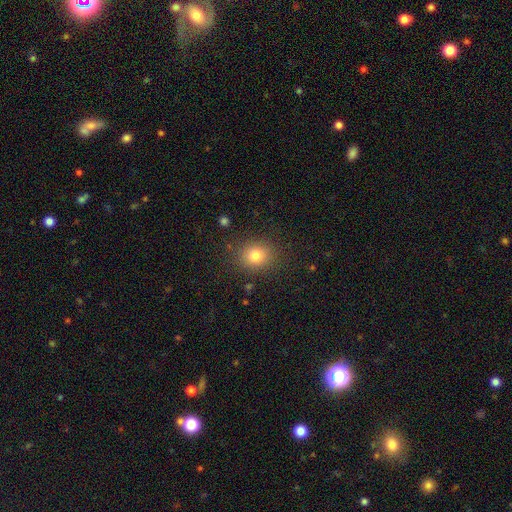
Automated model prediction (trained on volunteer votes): Smooth or featured? smooth (79%)
How rounded? round (65%)
Merging? none (86%)